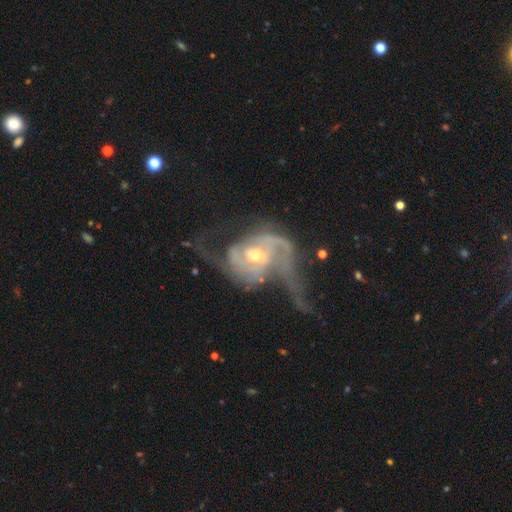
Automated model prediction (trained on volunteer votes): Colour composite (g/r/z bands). It shows a featured or disk galaxy (87%) with no bar (52%), 2 (63%) medium (40%) spiral arms (91%) and a moderate central bulge (64%). Merging: major disturbance (47%).